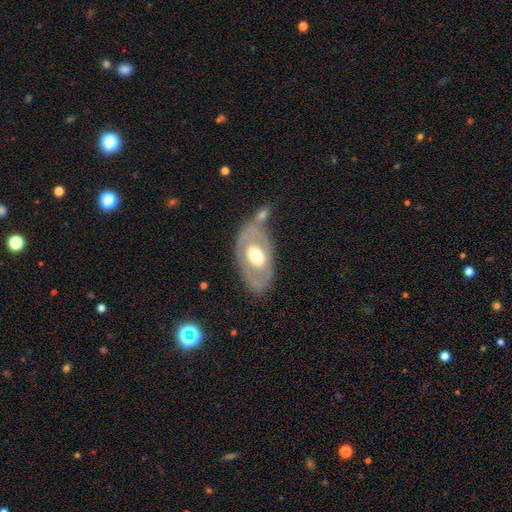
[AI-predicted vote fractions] Overall: featured or disk (60%; smooth 35%). Edge-on disk: no (90%). Bar: no (75%). Spiral arms: no (77%). Bulge size: moderate (64%; large 26%). Merging: none (56%; minor disturbance 19%).